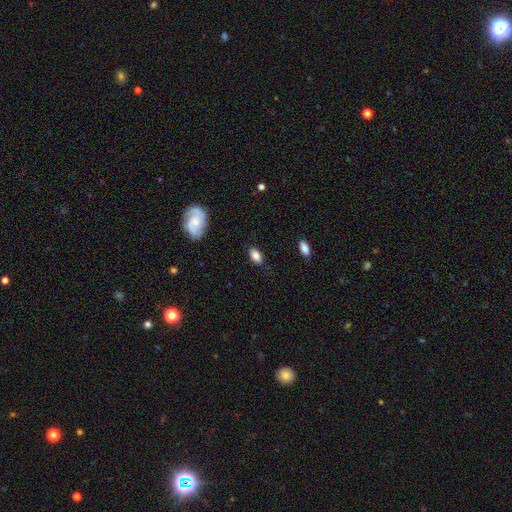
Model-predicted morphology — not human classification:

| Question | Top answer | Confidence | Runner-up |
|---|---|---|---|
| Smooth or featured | smooth | 82% | featured or disk (10%) |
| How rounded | in between | 90% | round (6%) |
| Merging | none | 81% | minor disturbance (14%) |